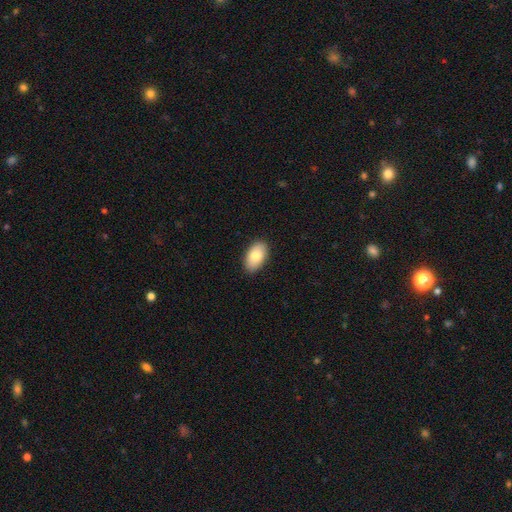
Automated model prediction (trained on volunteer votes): A smooth galaxy with no disk features (80%) that is in between round and cigar-shaped (94%). Merging: none (87%).